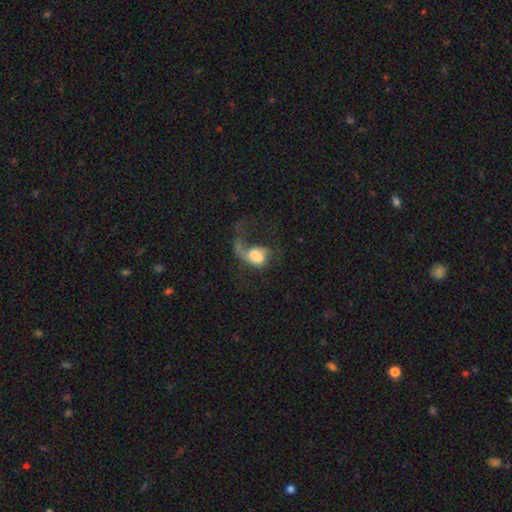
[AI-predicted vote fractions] smooth_or_featured: featured or disk (p=0.46) [alt: smooth p=0.44]
merging: major disturbance (p=0.56) [alt: merger p=0.20]